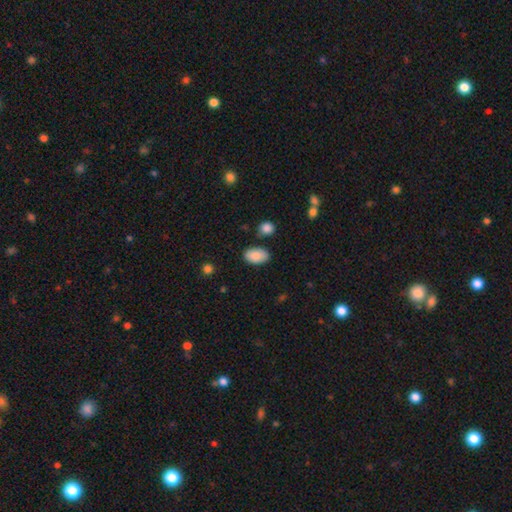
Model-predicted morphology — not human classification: This is clearly a smooth galaxy (87%). How rounded: clearly in between (93%). Merging: likely none (80%).